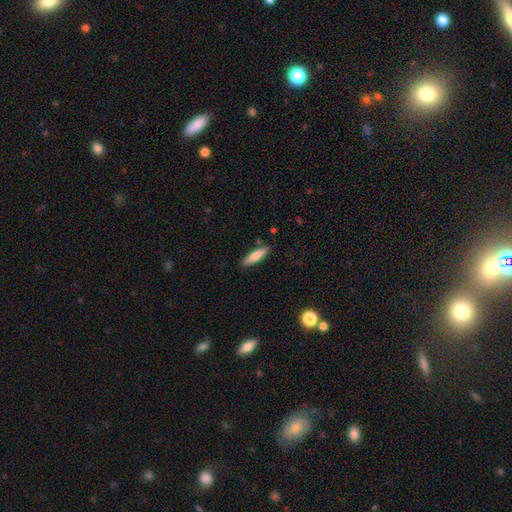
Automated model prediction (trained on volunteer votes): Smooth or featured? smooth (77%)
How rounded? cigar-shaped (71%)
Merging? none (85%)